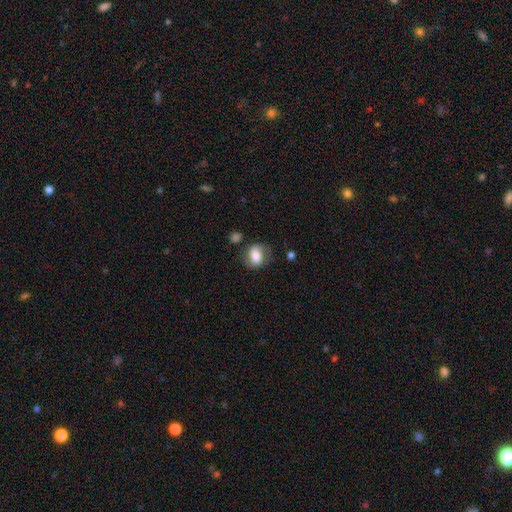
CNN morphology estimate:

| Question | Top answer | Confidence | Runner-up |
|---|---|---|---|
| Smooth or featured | smooth | 70% | featured or disk (21%) |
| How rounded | in between | 59% | round (39%) |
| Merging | none | 64% | minor disturbance (22%) |